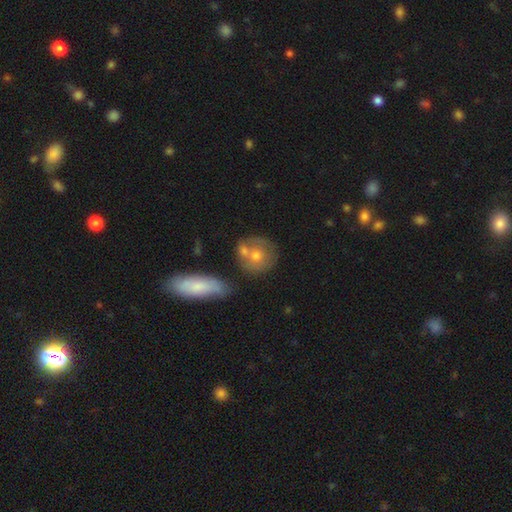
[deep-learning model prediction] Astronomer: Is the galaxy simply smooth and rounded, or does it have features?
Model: smooth — 58% (runner-up: featured or disk, 35%).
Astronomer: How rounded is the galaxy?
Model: round — 81%.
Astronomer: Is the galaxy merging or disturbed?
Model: none — 48% (runner-up: merger, 31%).